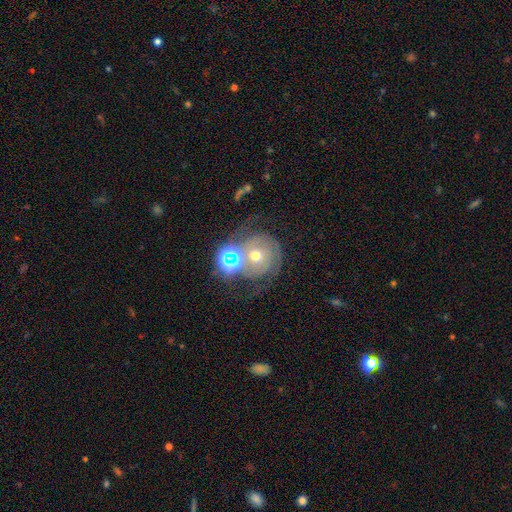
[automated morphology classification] type=featured or disk (62%); edge-on=no (97%); bar=no (73%); spiral arms=yes (88%); winding=tight (56%); arm count=2 (50%); bulge=moderate (62%); merging=none (47%).